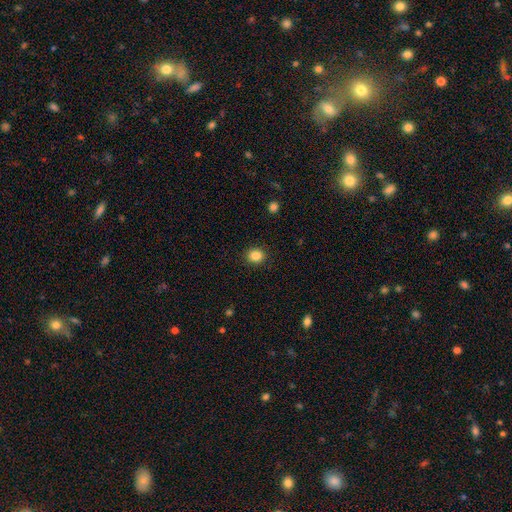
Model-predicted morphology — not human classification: smooth 85%, star or artifact 11%, featured or disk 4%. Down the decision tree: how rounded — round (76%); merging — none (91%).